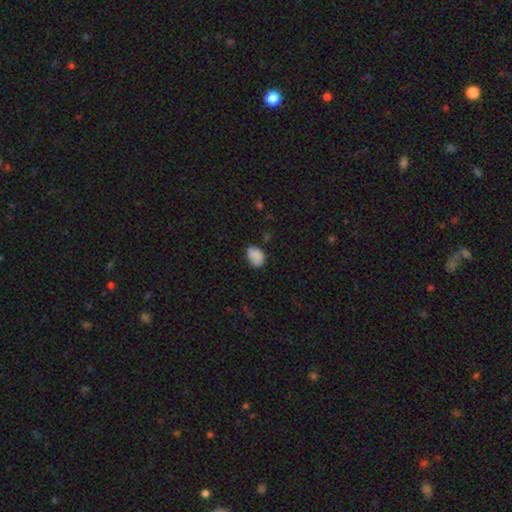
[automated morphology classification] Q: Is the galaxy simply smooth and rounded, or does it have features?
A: smooth — 81%.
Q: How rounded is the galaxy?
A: in between — 72%.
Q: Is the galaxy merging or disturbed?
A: none — 61%.